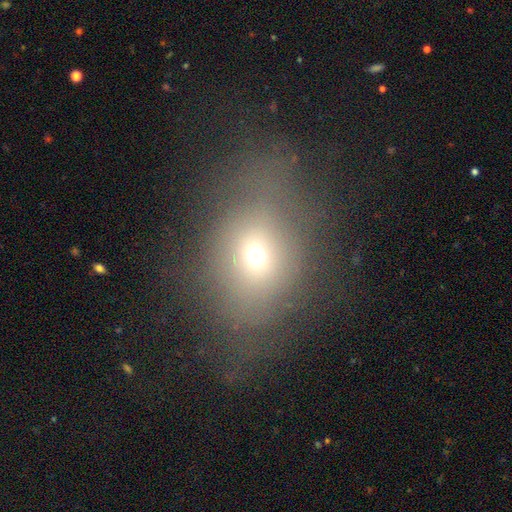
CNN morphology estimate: Overall: smooth (60%). How rounded: in between (53%; round 45%). Merging: none (55%; minor disturbance 23%).